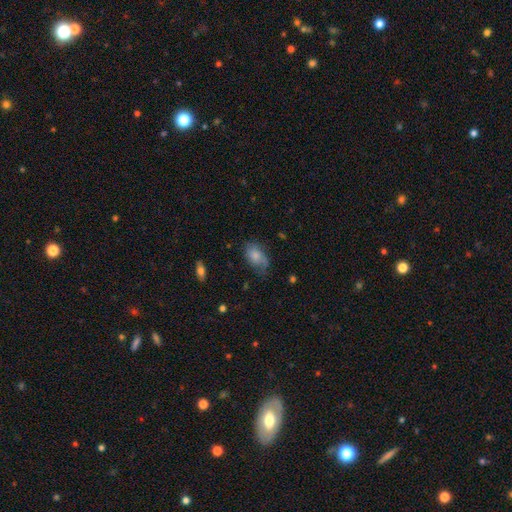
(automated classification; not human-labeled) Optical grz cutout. It shows a smooth galaxy with no disk features (69%) that is in between round and cigar-shaped (88%). Merging: none (53%).